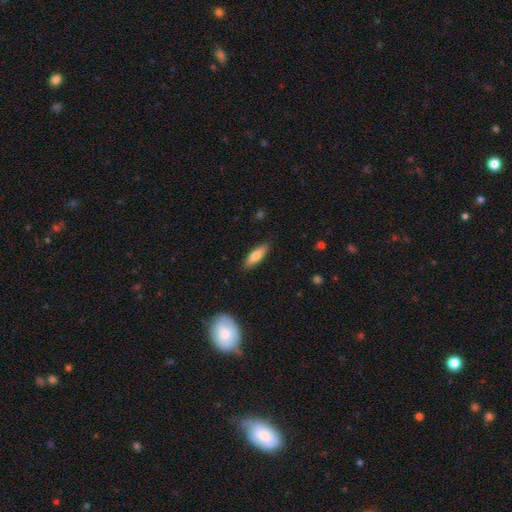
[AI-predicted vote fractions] Smooth or featured?
  - smooth: 74% *
  - featured or disk: 20%
  - star or artifact: 6%
How rounded?
  - cigar-shaped: 51% *
  - in between: 47%
  - round: 2%
Merging?
  - none: 88% *
  - minor disturbance: 9%
  - major disturbance: 2%
  - merger: 1%